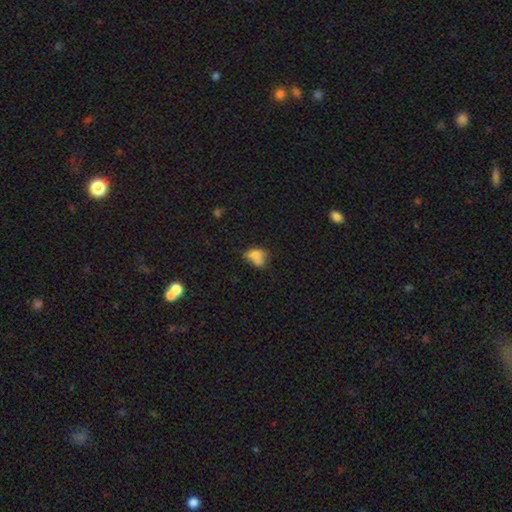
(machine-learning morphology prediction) type=smooth (72%); roundness=in between (68%); merging=merger (39%).